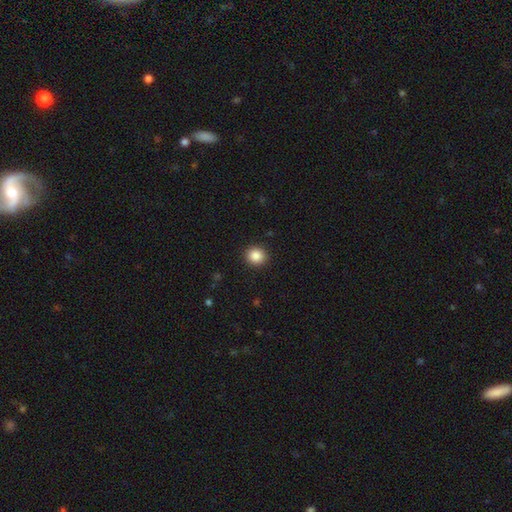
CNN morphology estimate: type=smooth (87%); roundness=round (86%); merging=none (91%).